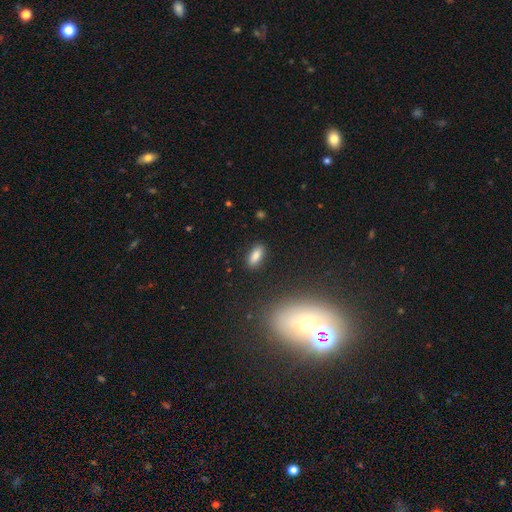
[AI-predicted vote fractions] Q: Smooth or featured?
A: smooth (84%); runner-up: star or artifact (9%)
Q: How rounded?
A: in between (82%); runner-up: cigar-shaped (15%)
Q: Merging?
A: none (88%); runner-up: minor disturbance (8%)